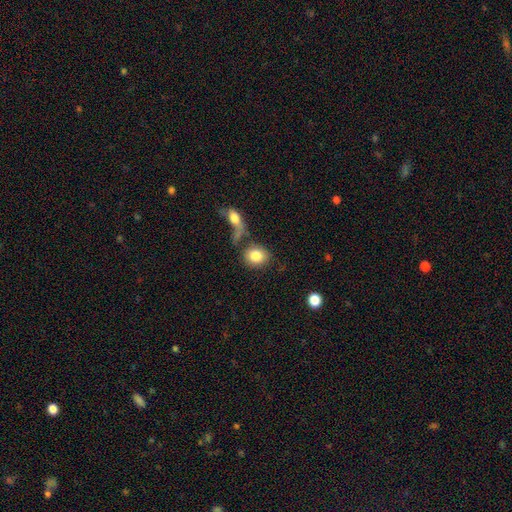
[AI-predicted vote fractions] Smooth or featured?
  - smooth: 83% *
  - featured or disk: 10%
  - star or artifact: 7%
How rounded?
  - round: 58% *
  - in between: 40%
  - cigar-shaped: 2%
Merging?
  - none: 51% *
  - merger: 28%
  - minor disturbance: 12%
  - major disturbance: 9%